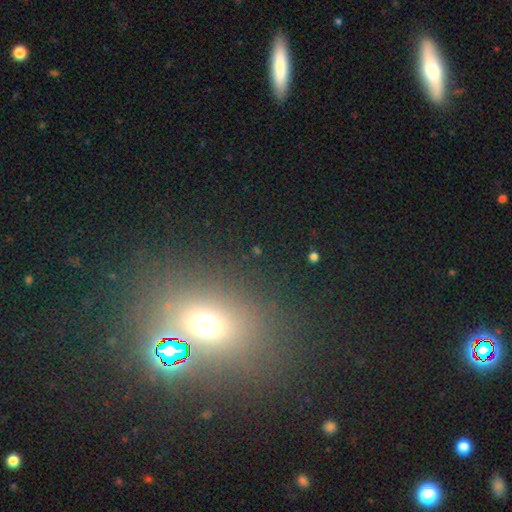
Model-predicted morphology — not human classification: type=smooth (46%); merging=none (76%).